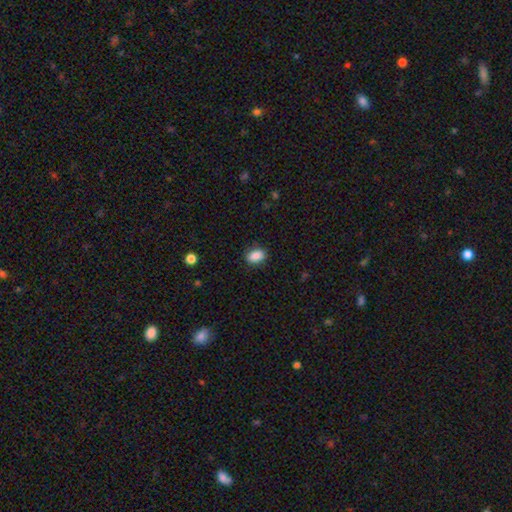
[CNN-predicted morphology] The model was most divided on "how rounded": in between: 78%, round: 20%, cigar-shaped: 2%. More confident: smooth or featured — smooth (87%); merging — none (86%).